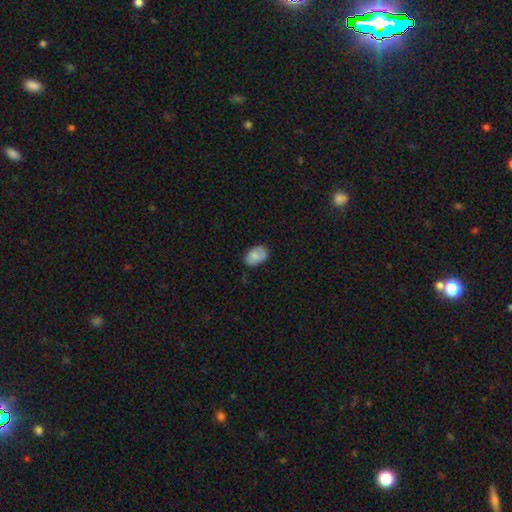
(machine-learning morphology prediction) smooth 82%, featured or disk 11%, star or artifact 7%. Down the decision tree: how rounded — in between (85%); merging — none (70%).